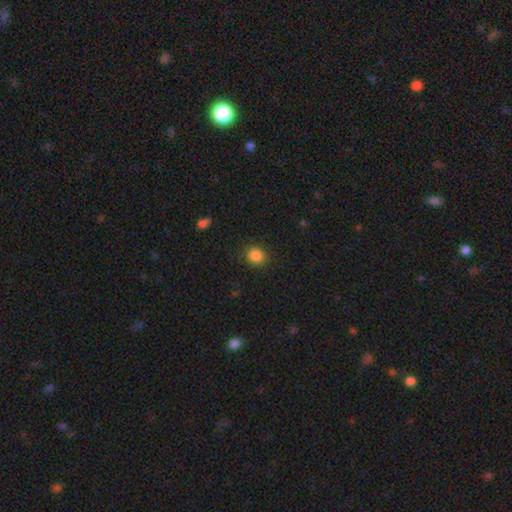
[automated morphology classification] smooth 86%, star or artifact 11%, featured or disk 4%. Down the decision tree: how rounded — round (82%); merging — none (88%).